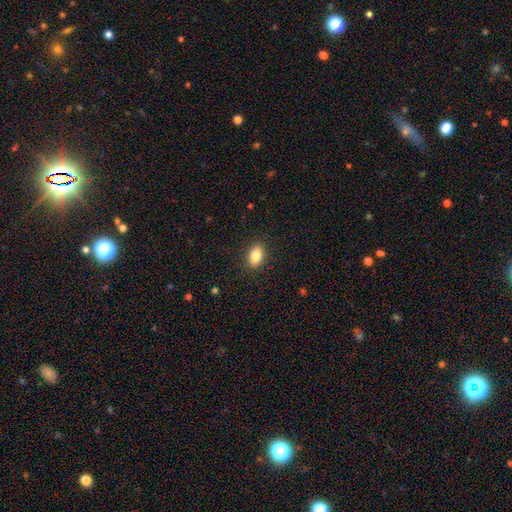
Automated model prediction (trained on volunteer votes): smooth_or_featured: smooth (p=0.84) [alt: star or artifact p=0.08]
how_rounded: in between (p=0.87) [alt: round p=0.09]
merging: none (p=0.89) [alt: minor disturbance p=0.08]